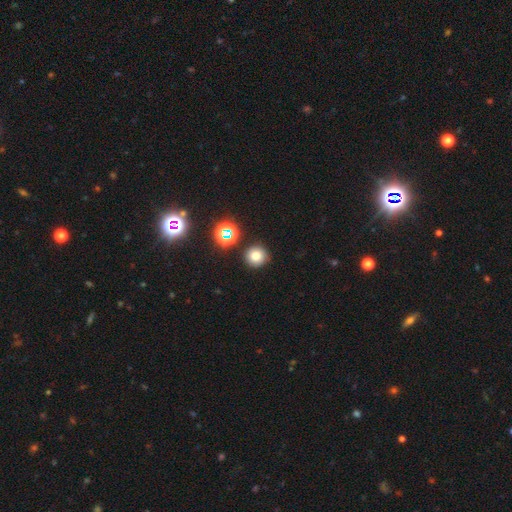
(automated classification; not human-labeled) Smooth or featured?
  - smooth: 73% *
  - star or artifact: 18%
  - featured or disk: 8%
How rounded?
  - round: 93% *
  - in between: 6%
  - cigar-shaped: 1%
Merging?
  - none: 88% *
  - minor disturbance: 7%
  - merger: 3%
  - major disturbance: 2%